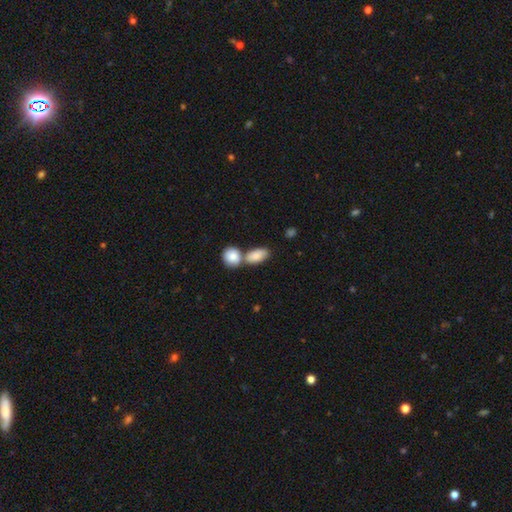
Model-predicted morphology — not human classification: smooth-or-featured: smooth: 86% | featured or disk: 8% | star or artifact: 6%
  how-rounded: in between: 88% | round: 8% | cigar-shaped: 4%
  merging: merger: 50% | none: 36% | minor disturbance: 10% | major disturbance: 4%